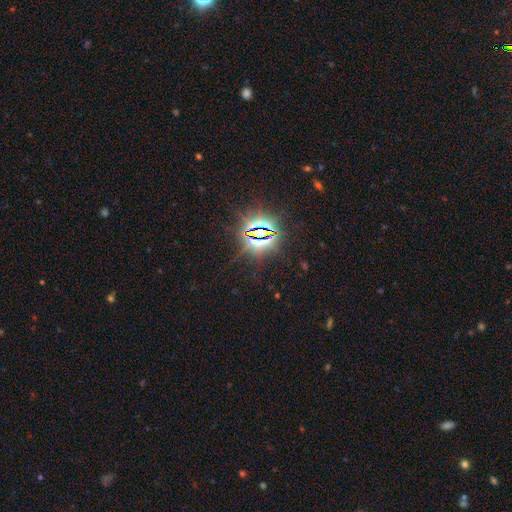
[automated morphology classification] Smooth or featured: star or artifact — 86% (smooth — 8%)